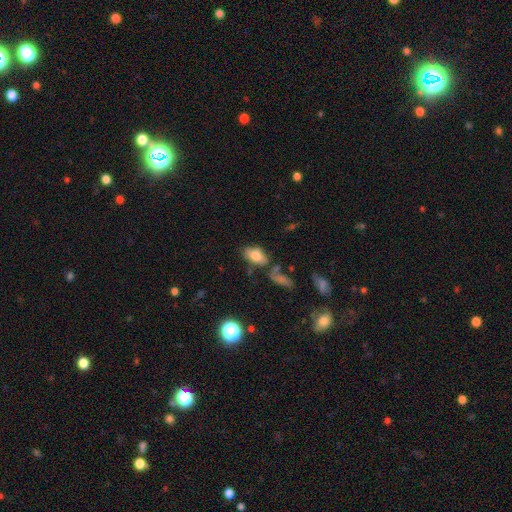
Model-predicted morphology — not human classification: Smooth or featured? smooth (76%)
How rounded? in between (91%)
Merging? none (60%)